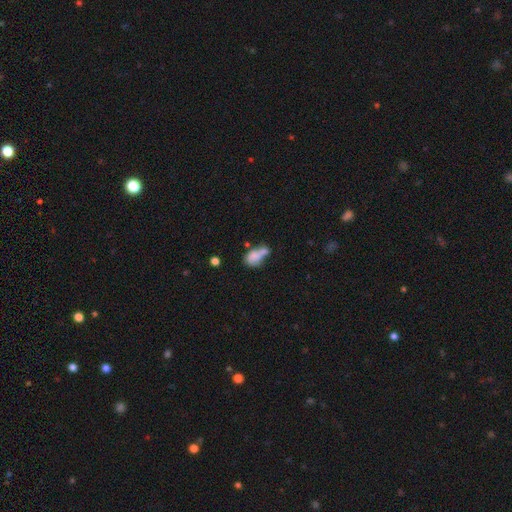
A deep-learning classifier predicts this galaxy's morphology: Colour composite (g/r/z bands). It shows a smooth galaxy with no disk features (68%) that is in between round and cigar-shaped (79%). Merging: merger (53%).